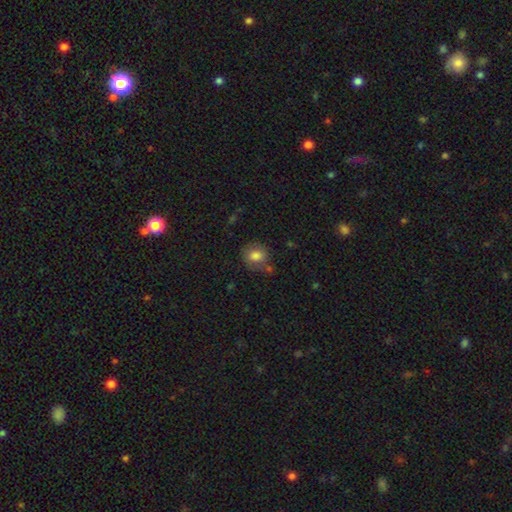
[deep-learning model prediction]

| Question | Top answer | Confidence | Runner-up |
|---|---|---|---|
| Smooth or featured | smooth | 79% | featured or disk (12%) |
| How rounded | round | 66% | in between (33%) |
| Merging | none | 67% | minor disturbance (20%) |